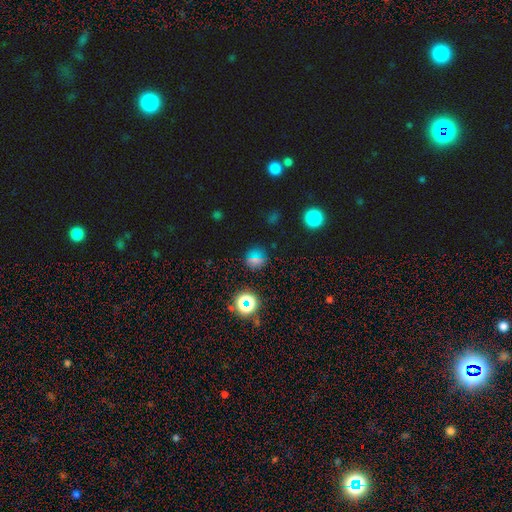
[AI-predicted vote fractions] The model was most divided on "smooth or featured": smooth: 50%, star or artifact: 40%, featured or disk: 10%. More confident: merging — none (85%); how rounded — round (80%).